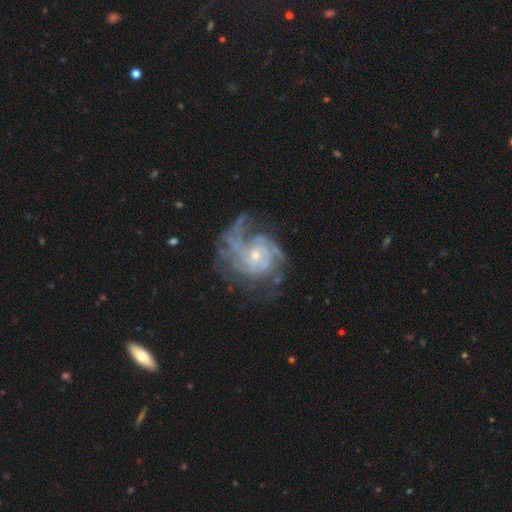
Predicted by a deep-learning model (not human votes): featured or disk 85%, star or artifact 8%, smooth 7%. Down the decision tree: edge-on disk — no (98%); bar — no (74%); spiral arms — yes (93%); spiral arm count — can't tell (34%); spiral winding — tight (46%); bulge size — small (71%); merging — none (53%).